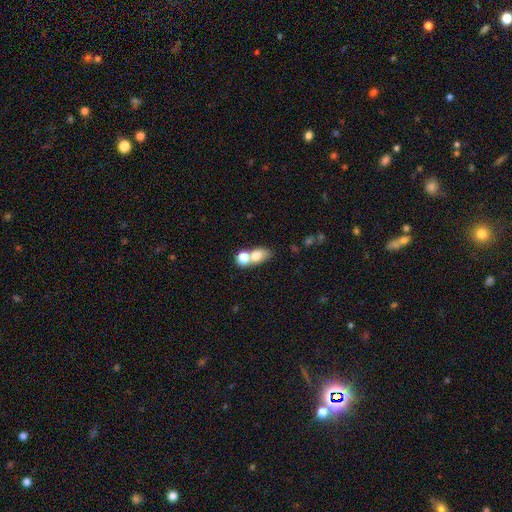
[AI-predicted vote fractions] Smooth or featured: smooth — 74% (featured or disk — 15%)
How rounded: in between — 71% (round — 26%)
Merging: merger — 50% (none — 37%)